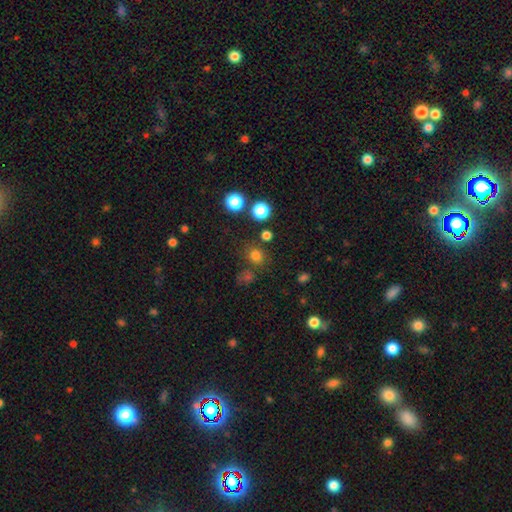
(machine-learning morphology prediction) Smooth or featured? smooth (75%)
How rounded? round (85%)
Merging? none (78%)